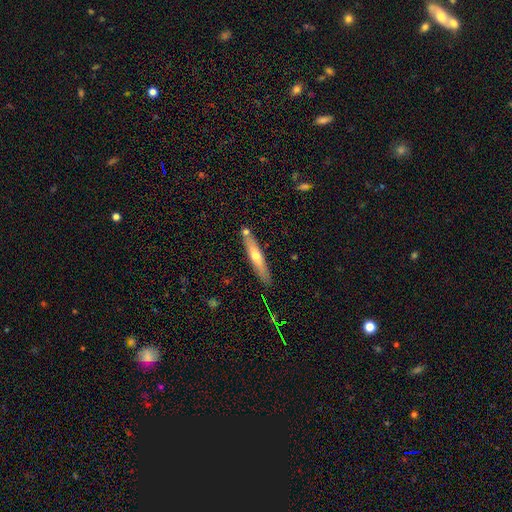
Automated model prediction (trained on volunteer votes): featured or disk 47%, smooth 46%, star or artifact 7%. Down the decision tree: merging — none (82%).